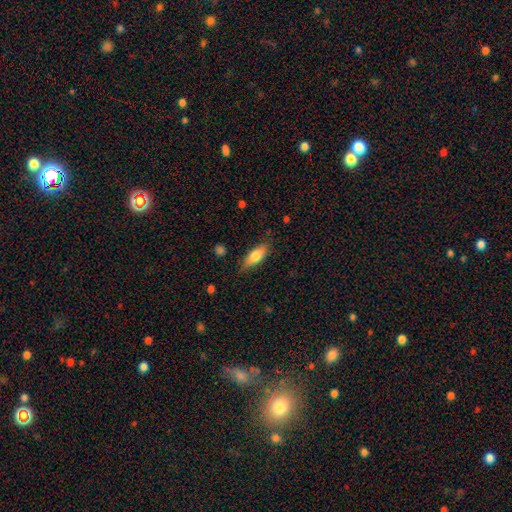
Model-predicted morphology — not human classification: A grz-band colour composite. It shows a smooth galaxy with no disk features (76%) that is in between round and cigar-shaped (69%). Merging: none (82%).